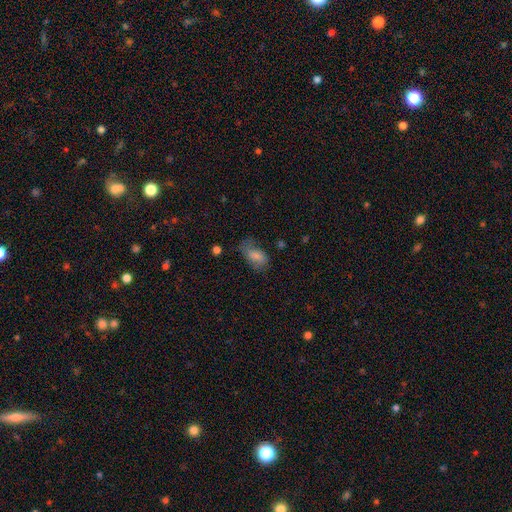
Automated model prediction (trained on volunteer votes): Overall: smooth (76%). How rounded: in between (91%). Merging: none (46%; minor disturbance 32%).